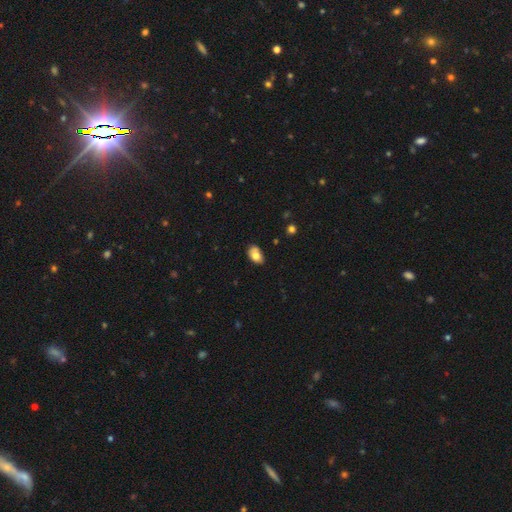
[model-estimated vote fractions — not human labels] Smooth or featured?
  - smooth: 75% *
  - featured or disk: 17%
  - star or artifact: 8%
How rounded?
  - in between: 90% *
  - round: 9%
  - cigar-shaped: 1%
Merging?
  - none: 71% *
  - minor disturbance: 23%
  - major disturbance: 4%
  - merger: 3%